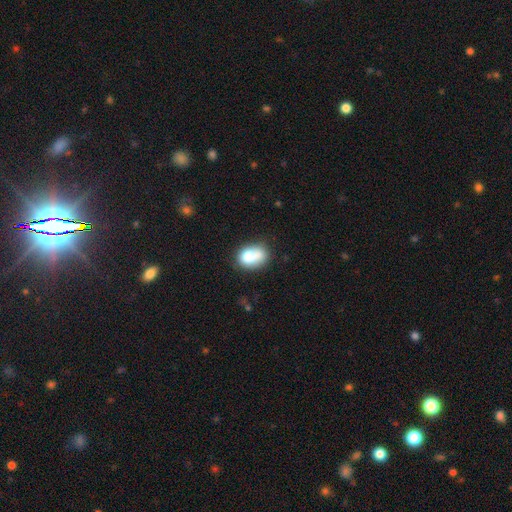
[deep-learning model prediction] A smooth galaxy with no disk features (72%) that is in between round and cigar-shaped (60%).

Vote fractions:
- Smooth or featured? smooth: 72% / featured or disk: 19% / star or artifact: 9%
- How rounded? in between: 60% / round: 39% / cigar-shaped: 1%
- Merging? none: 40% / merger: 30% / minor disturbance: 21% / major disturbance: 9%